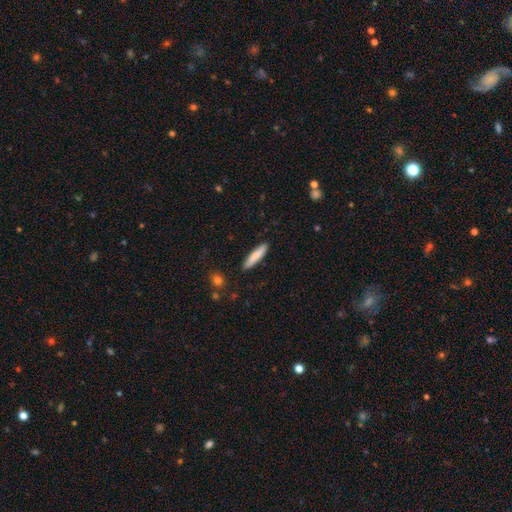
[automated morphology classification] Smooth or featured?
  - smooth: 82% *
  - featured or disk: 12%
  - star or artifact: 6%
How rounded?
  - cigar-shaped: 87% *
  - in between: 11%
  - round: 1%
Merging?
  - none: 89% *
  - minor disturbance: 8%
  - major disturbance: 2%
  - merger: 1%